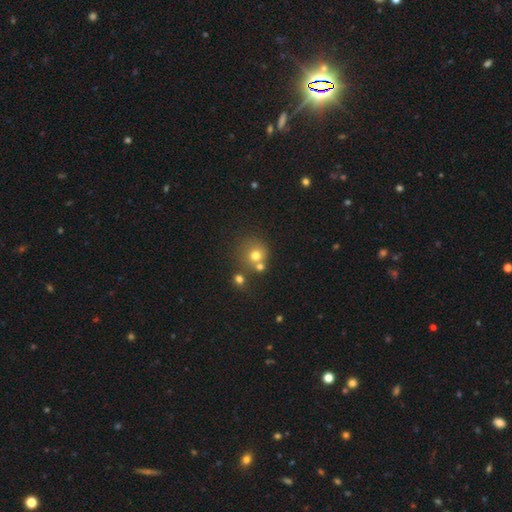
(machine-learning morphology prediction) A smooth galaxy with no disk features (70%) that is round (87%).

Vote fractions:
- Smooth or featured? smooth: 70% / star or artifact: 16% / featured or disk: 14%
- How rounded? round: 87% / in between: 12% / cigar-shaped: 1%
- Merging? none: 54% / merger: 31% / minor disturbance: 10% / major disturbance: 5%